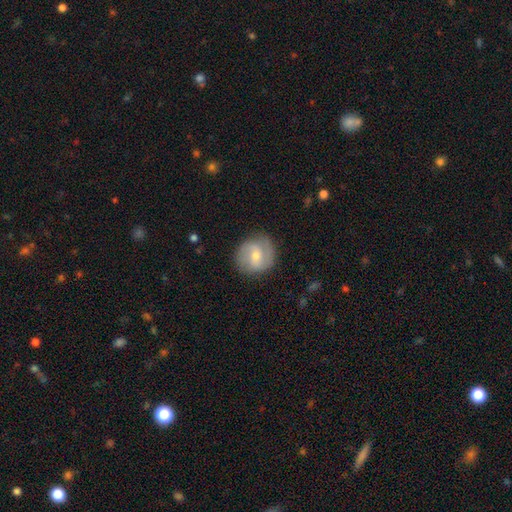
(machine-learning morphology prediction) Smooth or featured? Predicted: featured or disk (p=0.61). Edge-on disk? Predicted: no (p=0.97). Bar? Predicted: weak (p=0.54). Spiral arms? Predicted: yes (p=0.87). Spiral winding? Predicted: medium (p=0.48). Spiral arm count? Predicted: 2 (p=0.85). Bulge size? Predicted: moderate (p=0.52). Merging? Predicted: none (p=0.83).